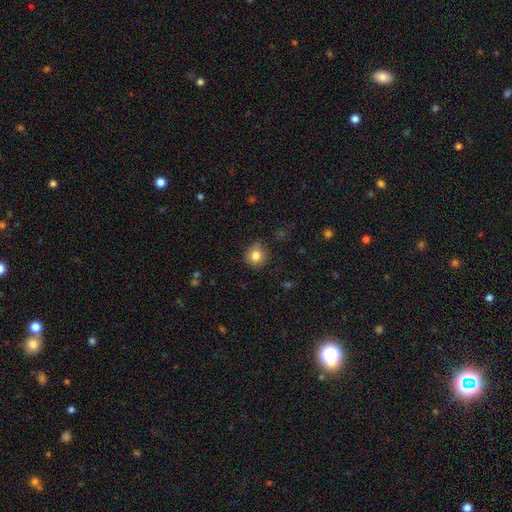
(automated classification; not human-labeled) A smooth galaxy with no disk features (82%) that is round (90%). Merging: none (78%).